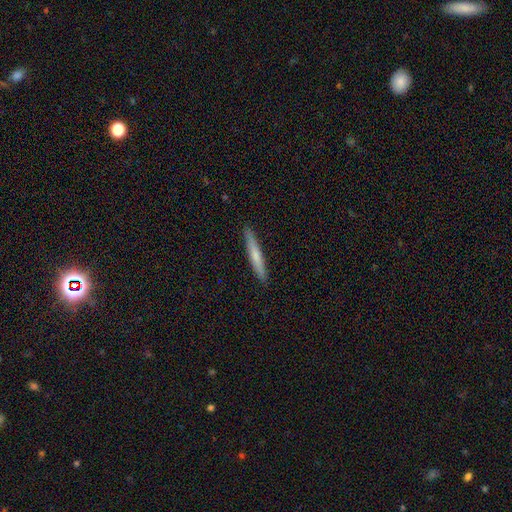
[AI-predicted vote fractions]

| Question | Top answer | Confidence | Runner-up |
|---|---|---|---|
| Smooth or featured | smooth | 63% | featured or disk (32%) |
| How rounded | cigar-shaped | 96% | in between (3%) |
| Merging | none | 92% | minor disturbance (6%) |